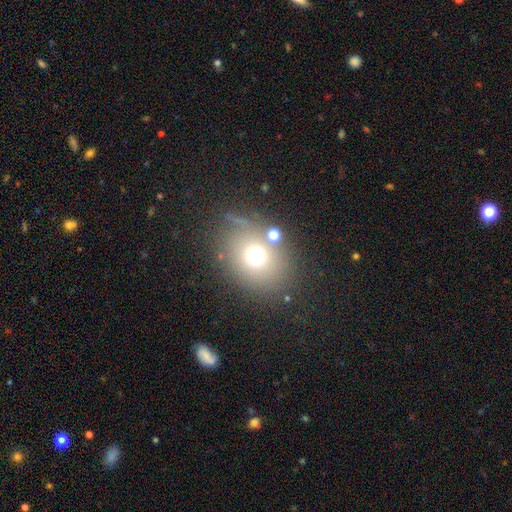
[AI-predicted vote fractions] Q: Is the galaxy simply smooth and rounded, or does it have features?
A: smooth — 65%.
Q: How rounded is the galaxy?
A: round — 64%.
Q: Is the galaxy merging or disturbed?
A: none — 70%.